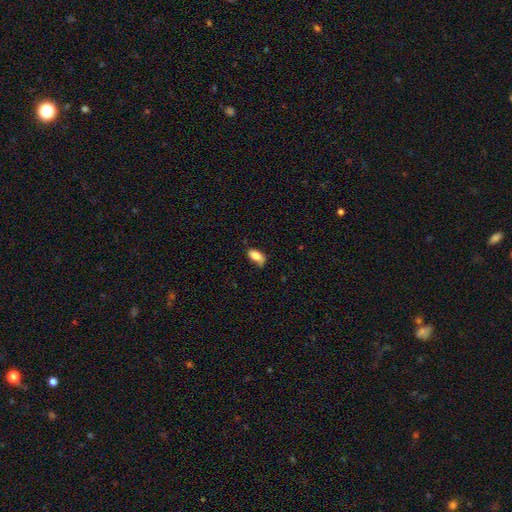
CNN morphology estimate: This is clearly a smooth galaxy (81%). How rounded: clearly in between (92%). Merging: possibly none (54%).